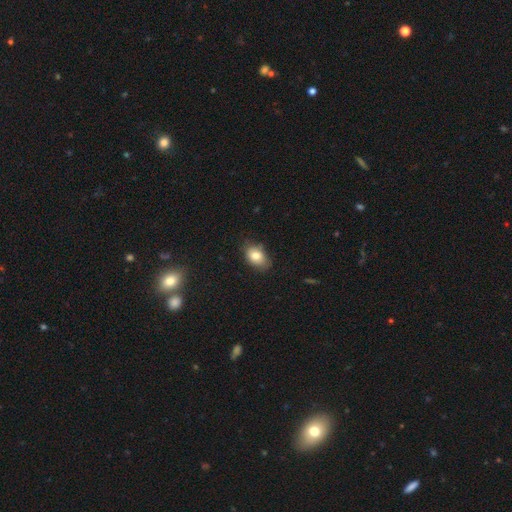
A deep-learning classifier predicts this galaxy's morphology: Q: Smooth or featured?
A: smooth (81%); runner-up: featured or disk (10%)
Q: How rounded?
A: in between (83%); runner-up: round (15%)
Q: Merging?
A: none (74%); runner-up: minor disturbance (21%)